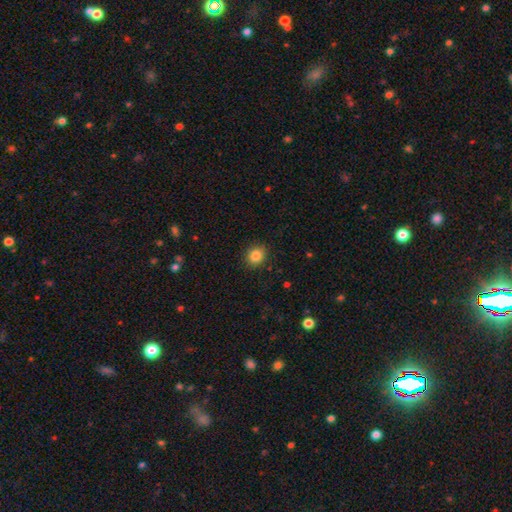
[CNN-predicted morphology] smooth-or-featured: smooth: 85% | star or artifact: 10% | featured or disk: 5%
  how-rounded: round: 68% | in between: 31% | cigar-shaped: 1%
  merging: none: 88% | minor disturbance: 8% | major disturbance: 2% | merger: 1%